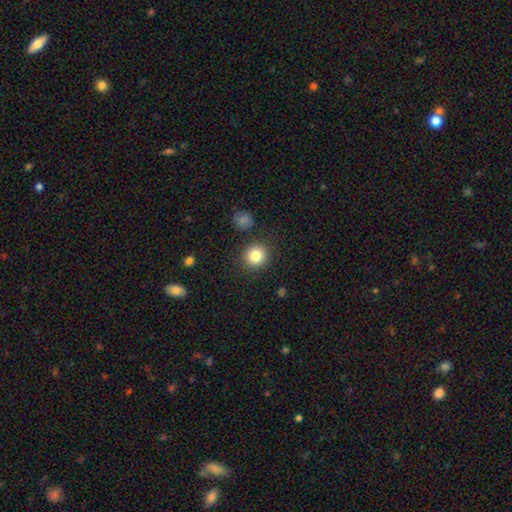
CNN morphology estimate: type=smooth (83%); roundness=round (91%); merging=none (87%).